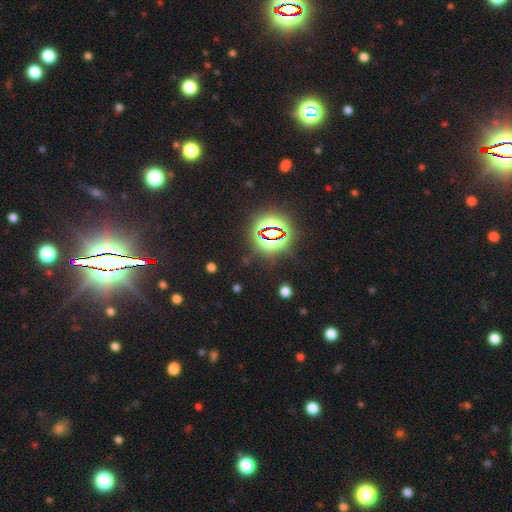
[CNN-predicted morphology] This is clearly a star or artifact rather than a galaxy (82%).